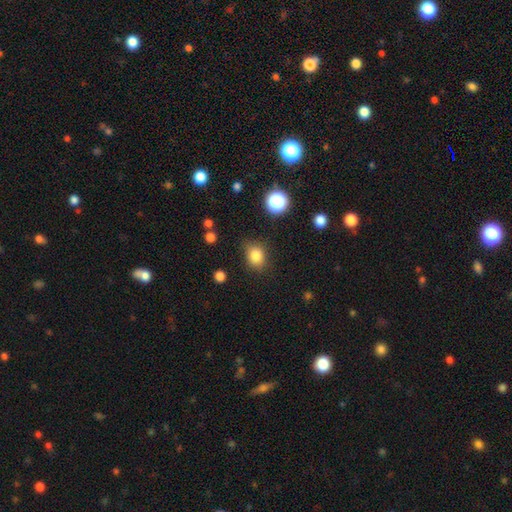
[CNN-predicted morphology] Smooth or featured? Predicted: smooth (p=0.83). How rounded? Predicted: round (p=0.57). Merging? Predicted: none (p=0.78).